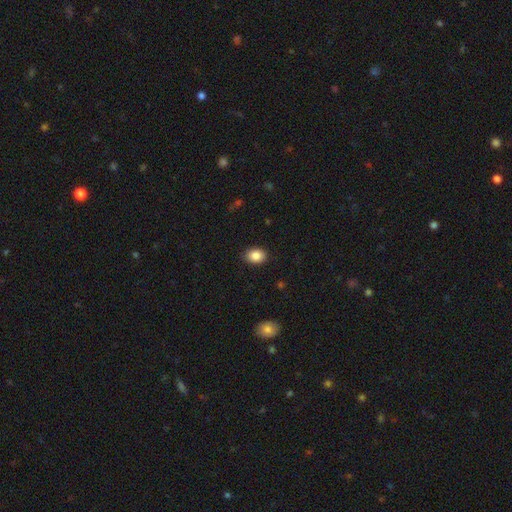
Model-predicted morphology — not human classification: type=smooth (87%); roundness=in between (72%); merging=none (87%).